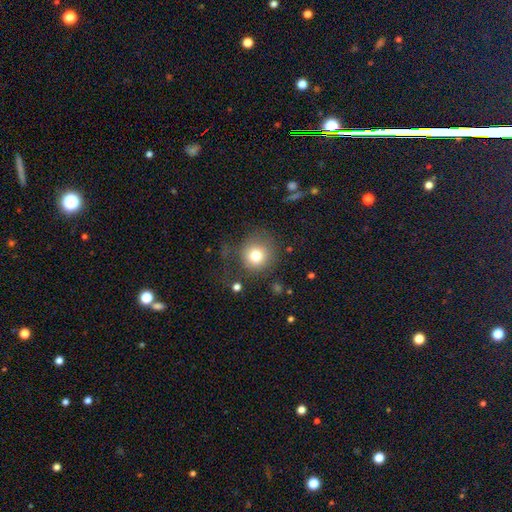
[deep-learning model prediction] This appears to be a smooth galaxy with no disk features (77%) that is round (90%). Merging: none (63%).